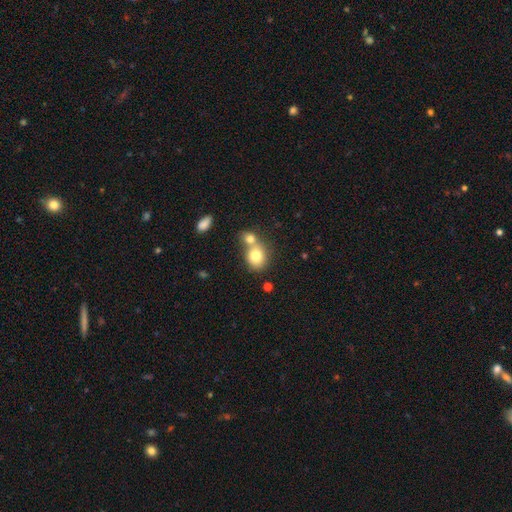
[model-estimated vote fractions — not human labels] smooth 78%, featured or disk 12%, star or artifact 10%. Down the decision tree: how rounded — round (59%); merging — merger (51%).